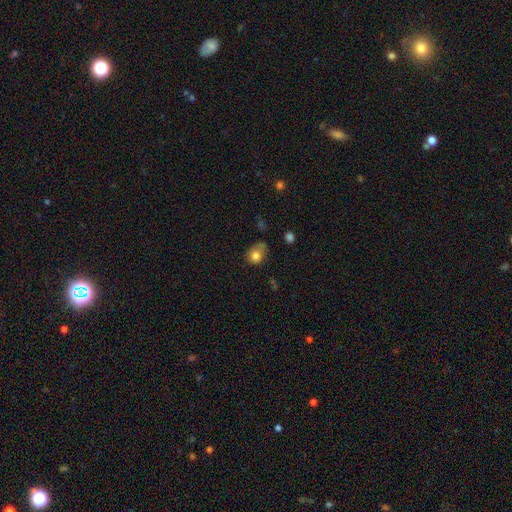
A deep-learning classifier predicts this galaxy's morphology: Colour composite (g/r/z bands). It shows a smooth galaxy with no disk features (78%) that is round (55%). Merging: none (39%).